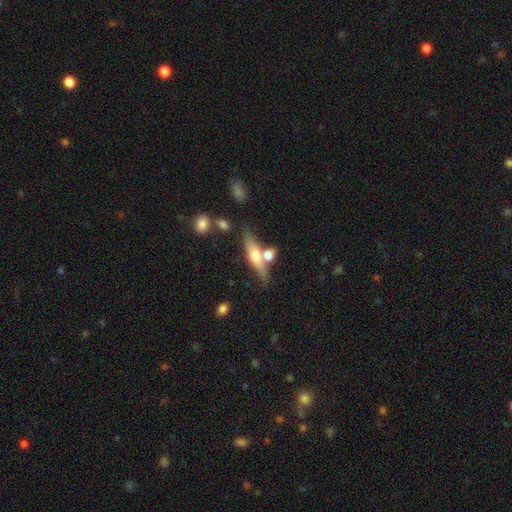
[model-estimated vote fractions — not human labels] A smooth galaxy with no disk features (47%).

Vote fractions:
- Smooth or featured? smooth: 47% / featured or disk: 46% / star or artifact: 7%
- Merging? none: 55% / merger: 26% / minor disturbance: 14% / major disturbance: 5%